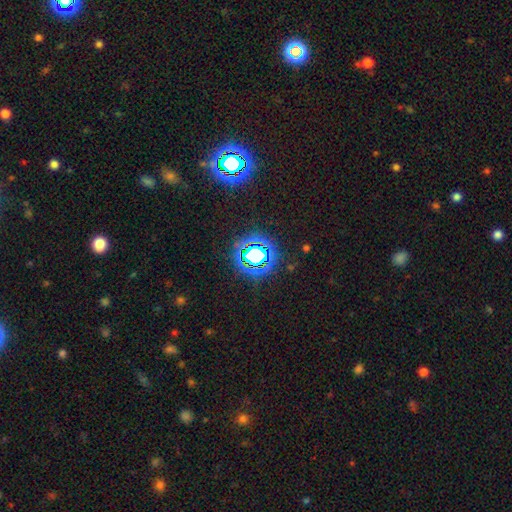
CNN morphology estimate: Smooth or featured?
  - star or artifact: 70% *
  - smooth: 20%
  - featured or disk: 10%